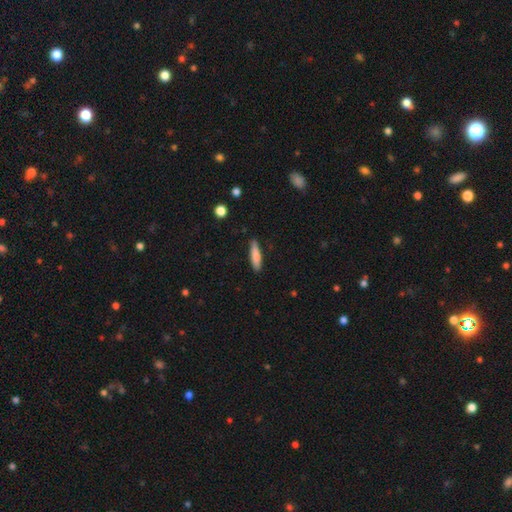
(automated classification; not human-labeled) This is likely a smooth galaxy (80%). How rounded: likely cigar-shaped (79%). Merging: clearly none (85%).